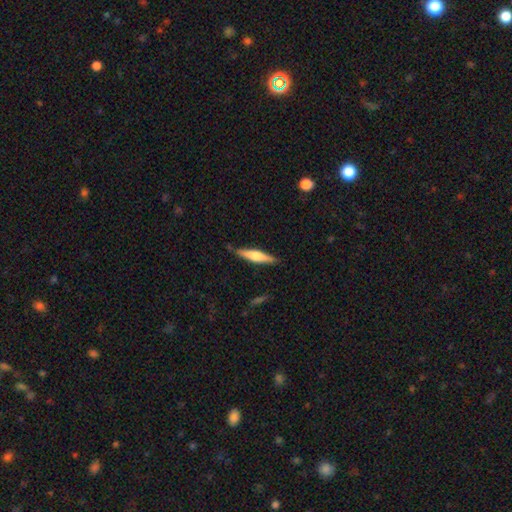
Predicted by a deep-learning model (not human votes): Overall: featured or disk (48%; smooth 47%). Merging: none (86%).